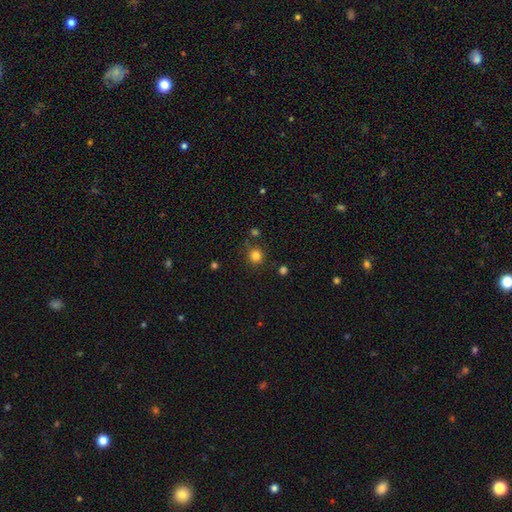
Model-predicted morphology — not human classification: The model was most divided on "smooth or featured": smooth: 82%, star or artifact: 13%, featured or disk: 5%. More confident: how rounded — round (91%); merging — none (82%).